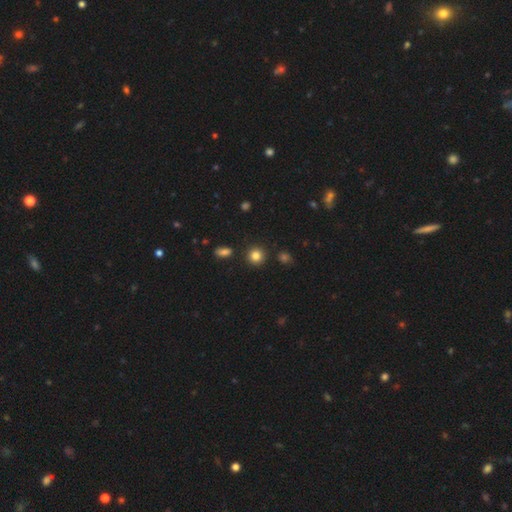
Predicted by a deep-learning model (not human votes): Smooth or featured? smooth (83%)
How rounded? round (92%)
Merging? none (89%)